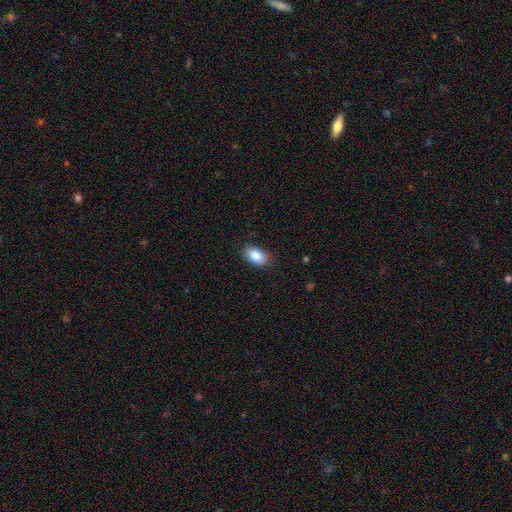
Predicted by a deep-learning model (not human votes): The model was most divided on "merging": none: 85%, minor disturbance: 11%, major disturbance: 2%, merger: 1%. More confident: how rounded — in between (91%); smooth or featured — smooth (86%).